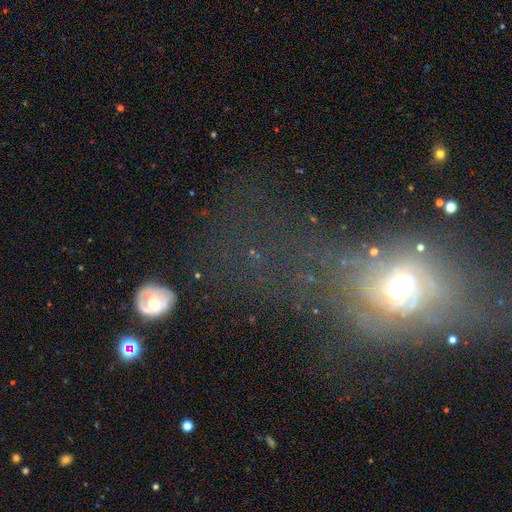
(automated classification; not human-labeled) smooth_or_featured: smooth (p=0.35) [tied with: star or artifact p=0.35]
merging: major disturbance (p=0.42) [alt: none p=0.34]